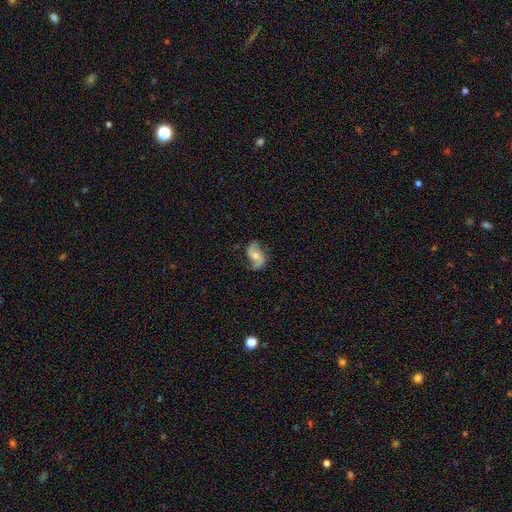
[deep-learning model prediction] Q: Smooth or featured?
A: featured or disk (76%); runner-up: smooth (17%)
Q: Edge-on disk?
A: no (97%); runner-up: yes (3%)
Q: Bar?
A: no (55%); runner-up: weak (35%)
Q: Spiral arms?
A: yes (95%); runner-up: no (5%)
Q: Spiral winding?
A: loose (55%); runner-up: medium (34%)
Q: Spiral arm count?
A: 2 (91%); runner-up: can't tell (3%)
Q: Bulge size?
A: moderate (57%); runner-up: small (33%)
Q: Merging?
A: none (74%); runner-up: minor disturbance (18%)